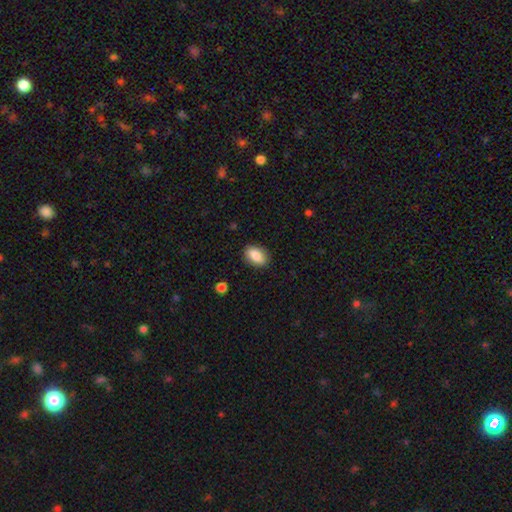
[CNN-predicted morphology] Smooth or featured? Predicted: smooth (p=0.84). How rounded? Predicted: in between (p=0.87). Merging? Predicted: none (p=0.86).